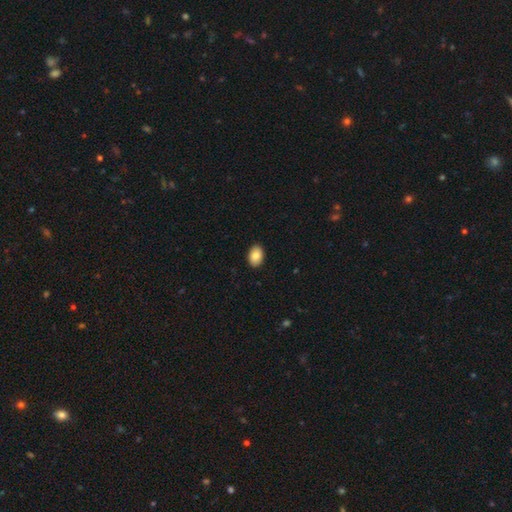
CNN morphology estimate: A smooth galaxy with no disk features (88%) that is in between round and cigar-shaped (85%). Merging: none (91%).